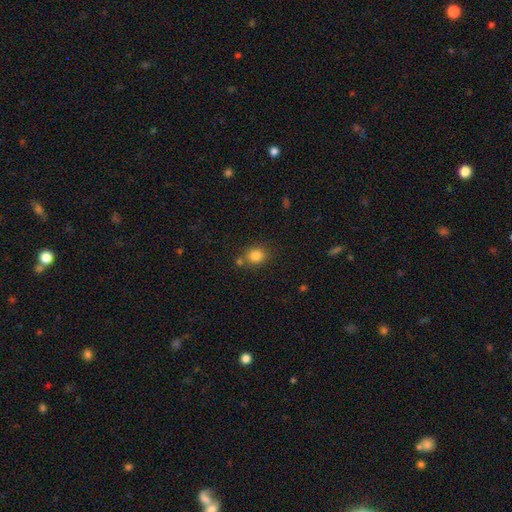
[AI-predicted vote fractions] Q: Smooth or featured?
A: smooth (83%); runner-up: star or artifact (11%)
Q: How rounded?
A: round (74%); runner-up: in between (25%)
Q: Merging?
A: none (71%); runner-up: merger (13%)